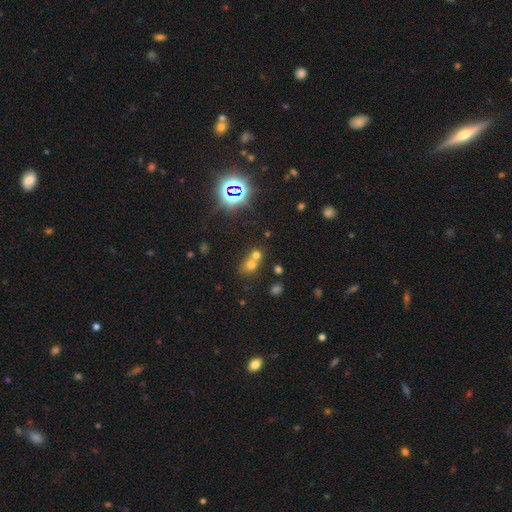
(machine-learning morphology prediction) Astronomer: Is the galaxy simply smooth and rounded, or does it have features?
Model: star or artifact — 46% (runner-up: smooth, 43%).